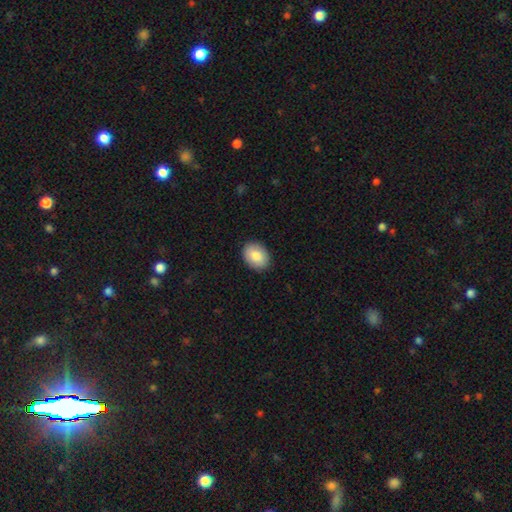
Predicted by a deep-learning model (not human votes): A smooth galaxy with no disk features (84%) that is in between round and cigar-shaped (68%). Merging: none (90%).